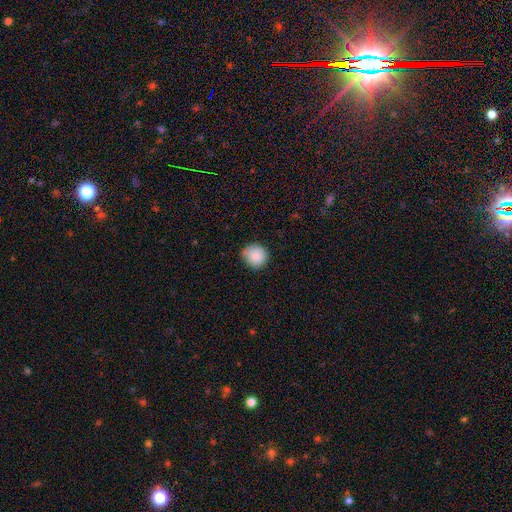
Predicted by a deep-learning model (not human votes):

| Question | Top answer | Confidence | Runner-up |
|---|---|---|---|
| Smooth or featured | smooth | 88% | star or artifact (8%) |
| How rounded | round | 90% | in between (9%) |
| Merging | none | 78% | minor disturbance (18%) |